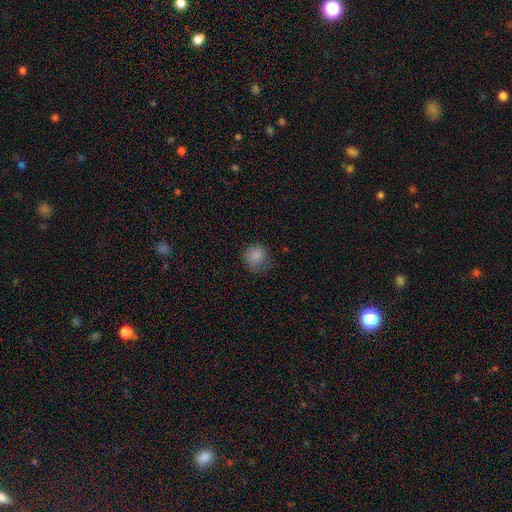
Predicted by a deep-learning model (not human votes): Smooth or featured?
  - smooth: 84% *
  - star or artifact: 10%
  - featured or disk: 6%
How rounded?
  - round: 88% *
  - in between: 11%
  - cigar-shaped: 1%
Merging?
  - none: 69% *
  - minor disturbance: 22%
  - major disturbance: 7%
  - merger: 1%